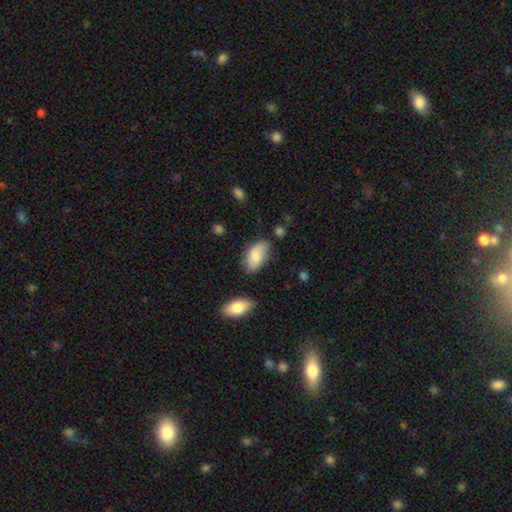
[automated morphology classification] Smooth or featured: smooth — 78% (featured or disk — 15%)
How rounded: in between — 94% (round — 3%)
Merging: none — 72% (minor disturbance — 20%)